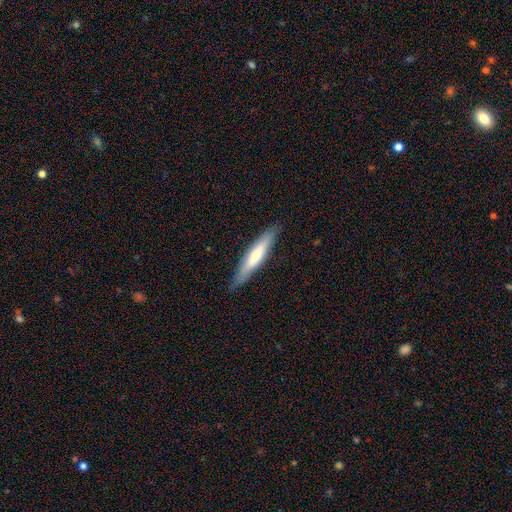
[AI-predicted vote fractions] The model was most divided on "smooth or featured": smooth: 54%, featured or disk: 41%, star or artifact: 5%. More confident: how rounded — cigar-shaped (88%); merging — none (87%).